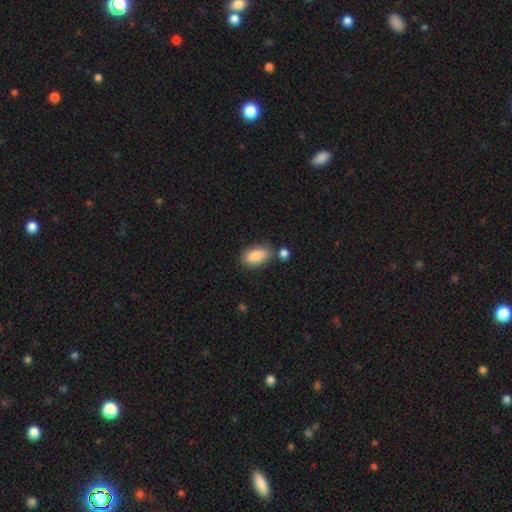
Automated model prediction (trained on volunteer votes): smooth 88%, star or artifact 6%, featured or disk 6%. Down the decision tree: how rounded — in between (91%); merging — none (72%).